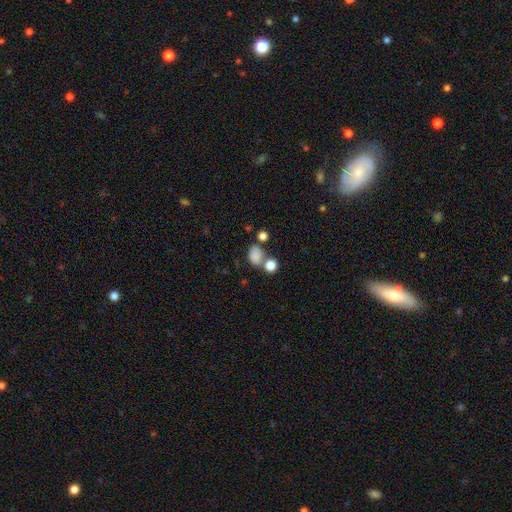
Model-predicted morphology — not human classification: type=smooth (82%); roundness=in between (61%); merging=none (51%).